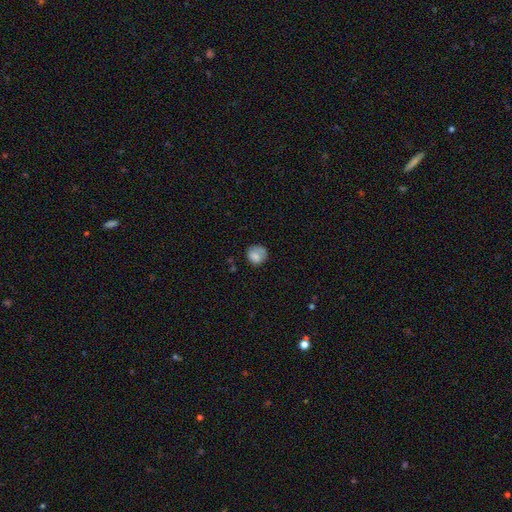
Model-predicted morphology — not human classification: Smooth or featured? Predicted: smooth (p=0.73). How rounded? Predicted: round (p=0.79). Merging? Predicted: none (p=0.59).